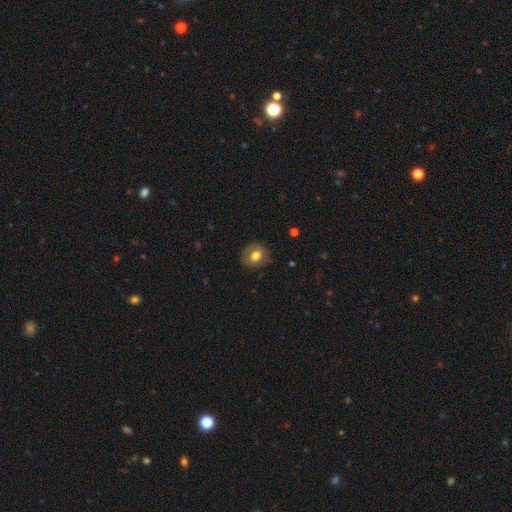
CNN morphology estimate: Smooth or featured? smooth (65%)
How rounded? round (68%)
Merging? none (78%)